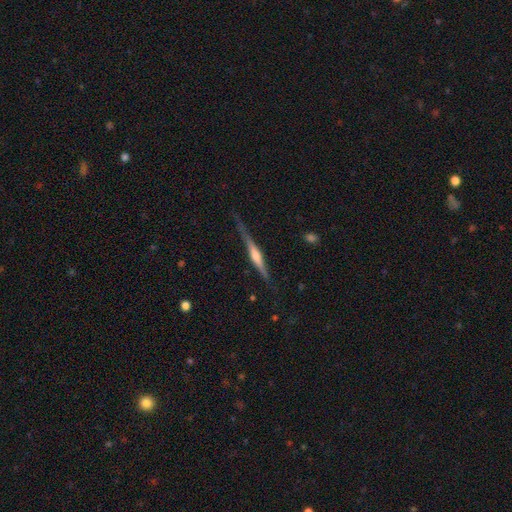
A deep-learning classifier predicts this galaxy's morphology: A featured or disk galaxy (69%) viewed edge-on (97%) with a rounded central bulge (68%).

Vote fractions:
- Smooth or featured? featured or disk: 69% / smooth: 25% / star or artifact: 6%
- Edge-on disk? yes: 97% / no: 3%
- Edge-on bulge? rounded: 68% / boxy: 17% / none: 15%
- Merging? none: 69% / minor disturbance: 22% / major disturbance: 7% / merger: 2%